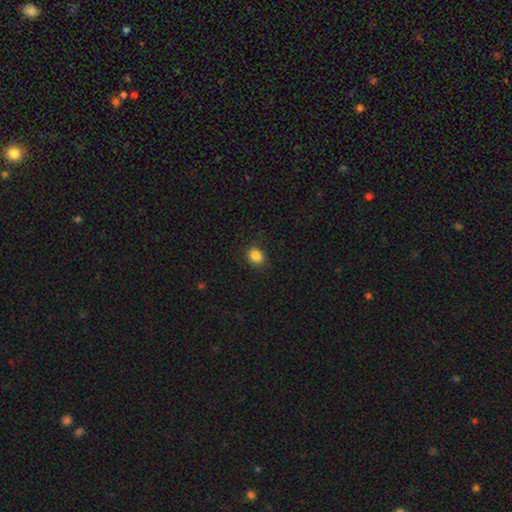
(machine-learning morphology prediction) Smooth or featured? smooth (86%)
How rounded? round (58%)
Merging? none (88%)